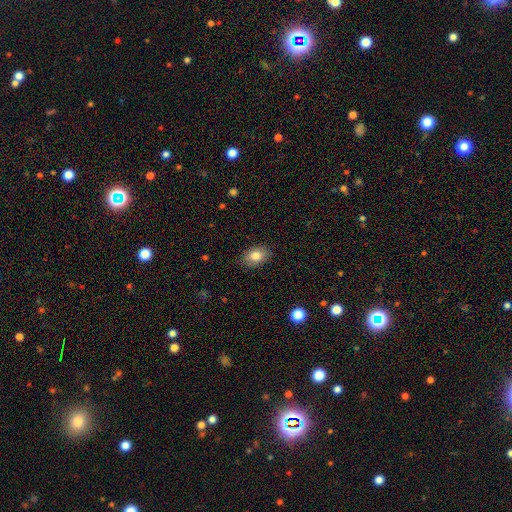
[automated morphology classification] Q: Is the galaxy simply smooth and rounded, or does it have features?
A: smooth — 82%.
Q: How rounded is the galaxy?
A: in between — 84%.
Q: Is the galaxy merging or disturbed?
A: none — 86%.